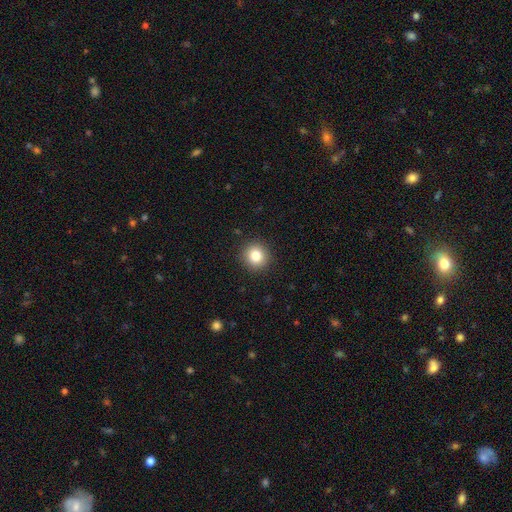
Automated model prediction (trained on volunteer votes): Smooth or featured? smooth (83%)
How rounded? round (92%)
Merging? none (91%)